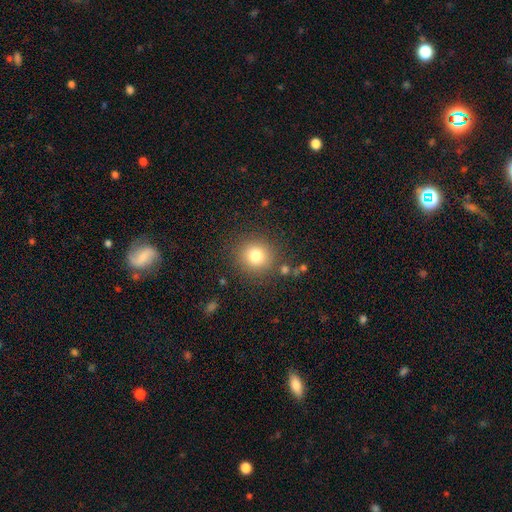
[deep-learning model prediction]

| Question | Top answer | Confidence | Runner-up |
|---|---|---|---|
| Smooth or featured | smooth | 78% | star or artifact (13%) |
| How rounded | round | 90% | in between (9%) |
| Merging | none | 86% | minor disturbance (8%) |